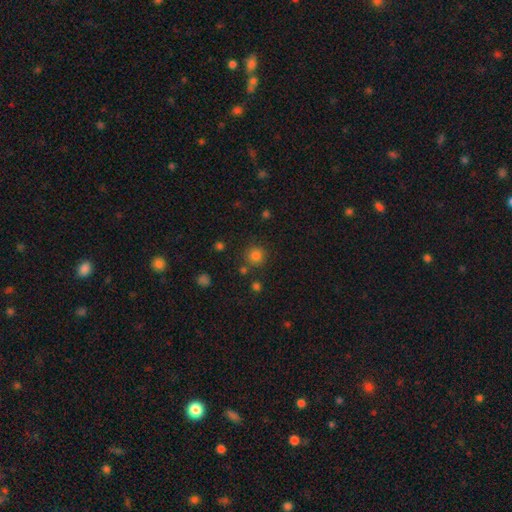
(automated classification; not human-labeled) A smooth galaxy with no disk features (81%) that is round (92%).

Vote fractions:
- Smooth or featured? smooth: 81% / star or artifact: 14% / featured or disk: 4%
- How rounded? round: 92% / in between: 7% / cigar-shaped: 1%
- Merging? none: 80% / minor disturbance: 9% / merger: 7% / major disturbance: 4%